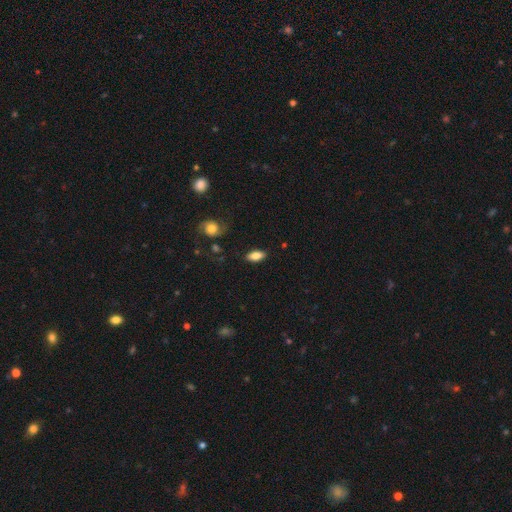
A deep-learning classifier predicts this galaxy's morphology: smooth-or-featured: smooth: 81% | featured or disk: 12% | star or artifact: 7%
  how-rounded: in between: 87% | cigar-shaped: 10% | round: 3%
  merging: none: 85% | minor disturbance: 11% | major disturbance: 3% | merger: 2%